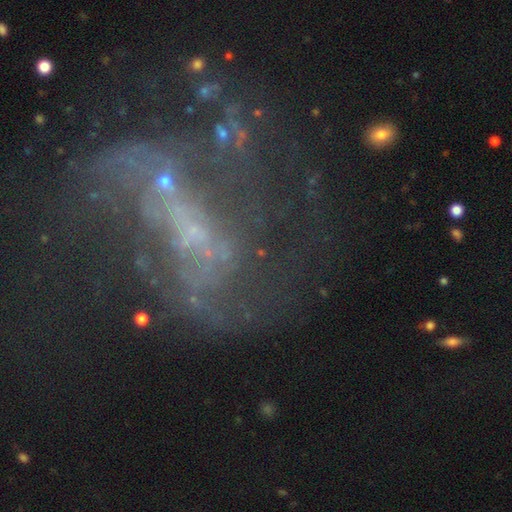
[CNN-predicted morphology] Smooth or featured? Predicted: featured or disk (p=0.75). Edge-on disk? Predicted: no (p=0.97). Bar? Predicted: no (p=0.38, tied with weak). Spiral arms? Predicted: yes (p=0.72). Spiral winding? Predicted: loose (p=0.54). Spiral arm count? Predicted: 2 (p=0.54). Bulge size? Predicted: small (p=0.44). Merging? Predicted: none (p=0.42).